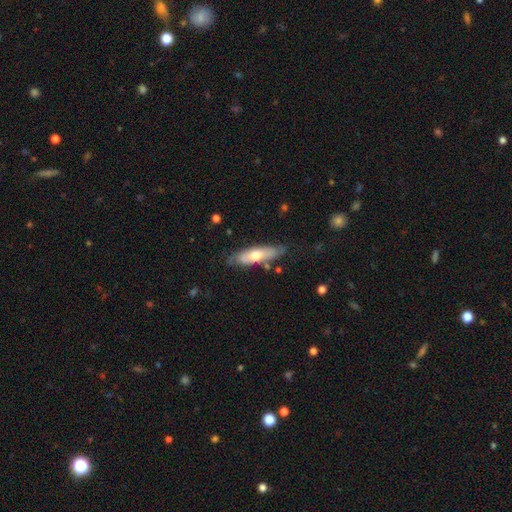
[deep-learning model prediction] Smooth or featured? Predicted: smooth (p=0.54). How rounded? Predicted: cigar-shaped (p=0.51). Merging? Predicted: none (p=0.74).